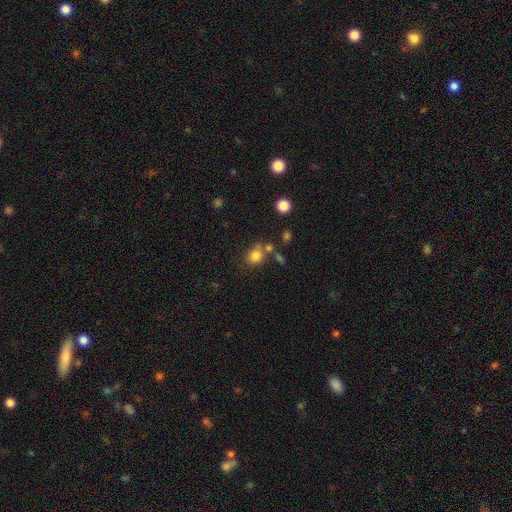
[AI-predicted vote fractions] smooth-or-featured: smooth: 81% | star or artifact: 12% | featured or disk: 7%
  how-rounded: round: 74% | in between: 25% | cigar-shaped: 1%
  merging: none: 61% | merger: 18% | minor disturbance: 15% | major disturbance: 6%